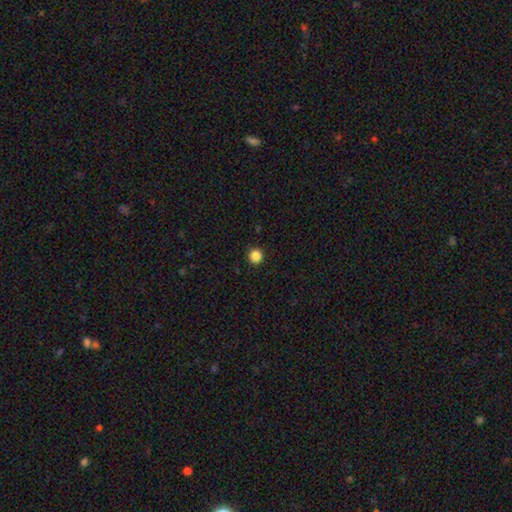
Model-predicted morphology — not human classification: Smooth or featured? Predicted: smooth (p=0.86). How rounded? Predicted: round (p=0.95). Merging? Predicted: none (p=0.93).